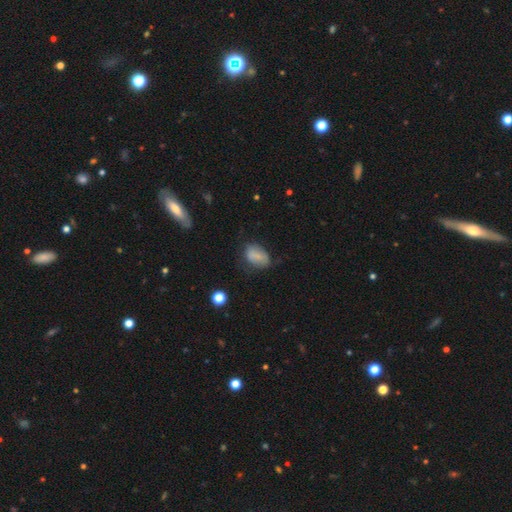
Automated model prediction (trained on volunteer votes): Overall: smooth (77%). How rounded: in between (83%). Merging: none (55%; minor disturbance 31%).